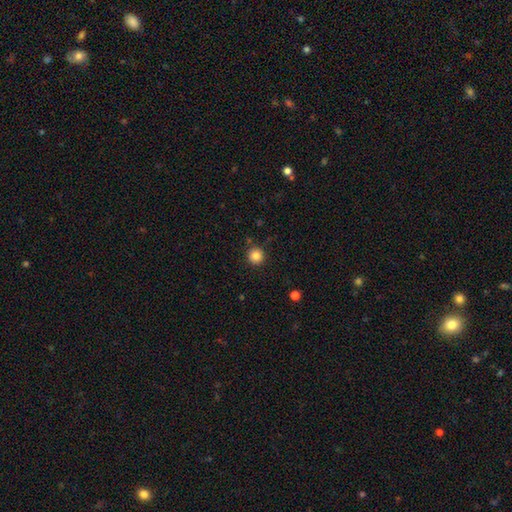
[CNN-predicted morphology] smooth_or_featured: smooth (p=0.85) [alt: star or artifact p=0.11]
how_rounded: round (p=0.95) [alt: in between p=0.04]
merging: none (p=0.89) [alt: minor disturbance p=0.07]